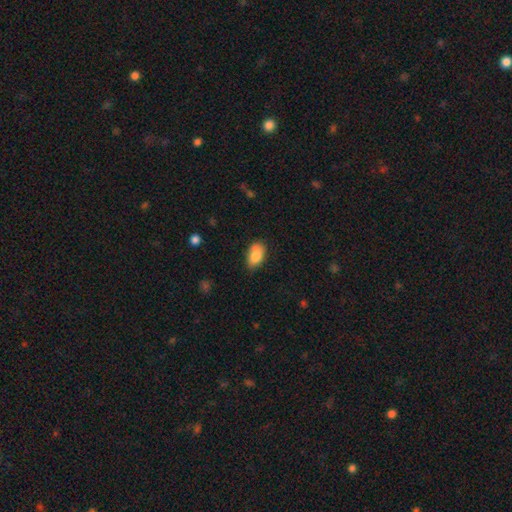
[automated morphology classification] Q: Smooth or featured?
A: smooth (82%); runner-up: featured or disk (10%)
Q: How rounded?
A: in between (91%); runner-up: round (7%)
Q: Merging?
A: none (66%); runner-up: minor disturbance (24%)